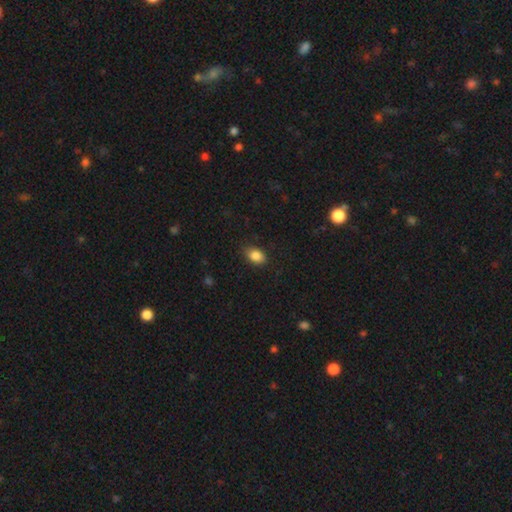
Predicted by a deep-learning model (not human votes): Smooth or featured? smooth (86%)
How rounded? in between (82%)
Merging? none (81%)